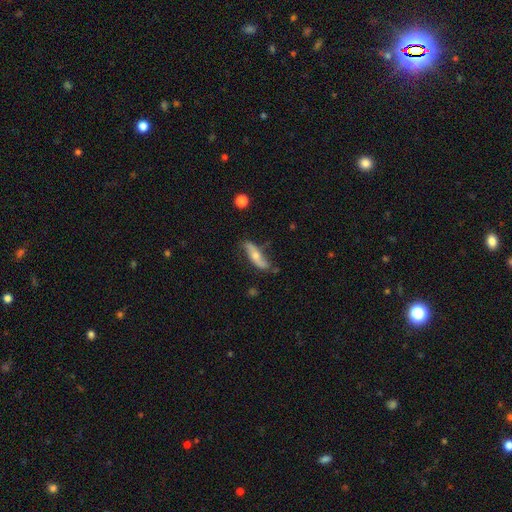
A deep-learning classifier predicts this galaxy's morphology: featured or disk 56%, smooth 37%, star or artifact 6%. Down the decision tree: edge-on disk — no (59%); merging — none (69%).